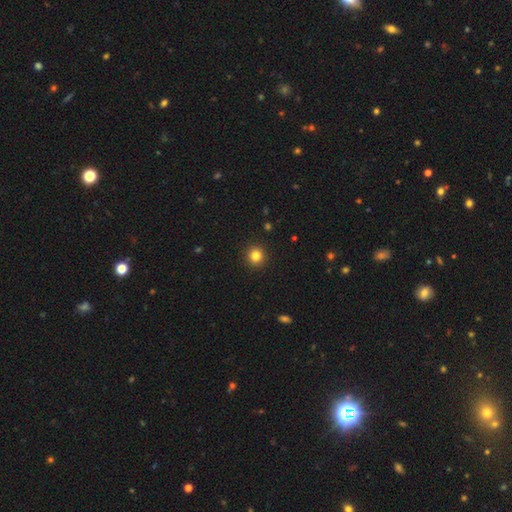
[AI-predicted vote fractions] Smooth or featured?
  - smooth: 83% *
  - star or artifact: 11%
  - featured or disk: 5%
How rounded?
  - round: 93% *
  - in between: 6%
  - cigar-shaped: 1%
Merging?
  - none: 93% *
  - minor disturbance: 5%
  - major disturbance: 2%
  - merger: 1%